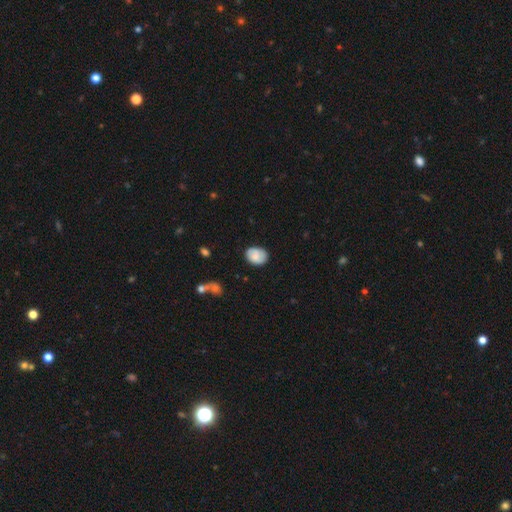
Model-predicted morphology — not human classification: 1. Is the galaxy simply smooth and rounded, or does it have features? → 75% smooth, 17% featured or disk, 7% star or artifact.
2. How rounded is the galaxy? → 68% in between, 31% round, 1% cigar-shaped.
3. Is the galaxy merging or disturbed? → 75% none, 19% minor disturbance, 4% major disturbance, 2% merger.